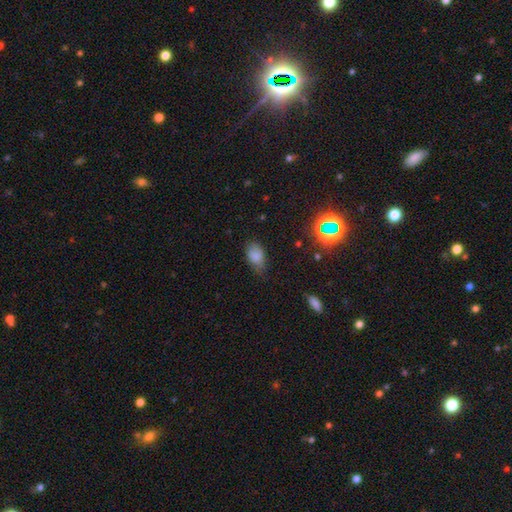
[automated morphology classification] Smooth or featured? Predicted: smooth (p=0.80). How rounded? Predicted: in between (p=0.87). Merging? Predicted: none (p=0.58).